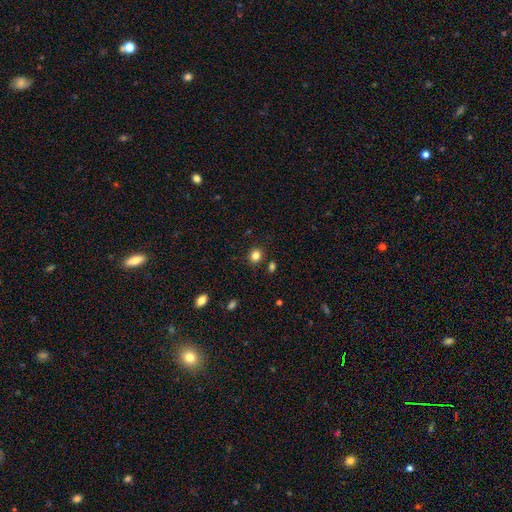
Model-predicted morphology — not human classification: This appears to be a smooth galaxy with no disk features (83%) that is round (73%). Merging: none (86%).